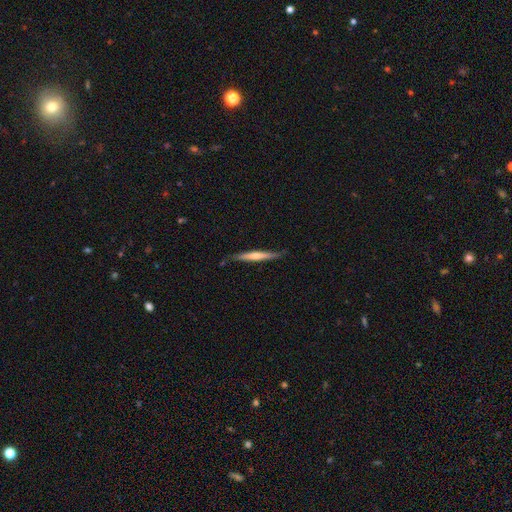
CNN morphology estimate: A featured or disk galaxy (51%) viewed edge-on (95%). Merging: none (80%).